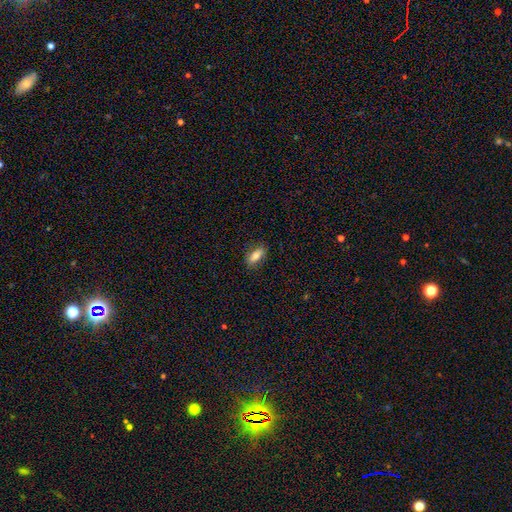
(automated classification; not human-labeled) Smooth or featured?
  - smooth: 71% *
  - featured or disk: 22%
  - star or artifact: 8%
How rounded?
  - in between: 74% *
  - cigar-shaped: 22%
  - round: 4%
Merging?
  - none: 85% *
  - minor disturbance: 12%
  - major disturbance: 3%
  - merger: 1%